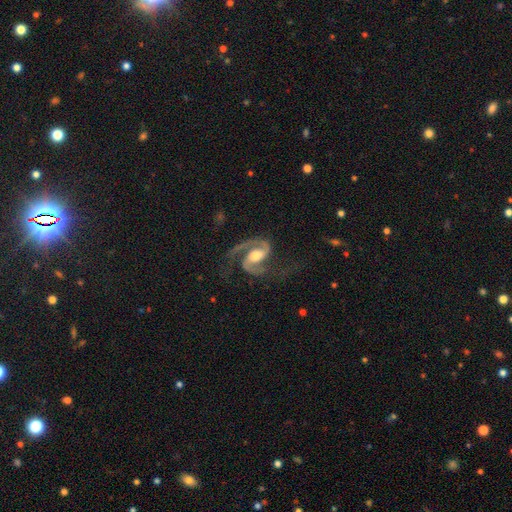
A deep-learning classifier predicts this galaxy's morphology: Smooth or featured? Predicted: featured or disk (p=0.92). Edge-on disk? Predicted: no (p=0.98). Bar? Predicted: weak (p=0.39). Spiral arms? Predicted: yes (p=0.98). Spiral winding? Predicted: medium (p=0.61). Spiral arm count? Predicted: 2 (p=0.93). Bulge size? Predicted: moderate (p=0.59). Merging? Predicted: none (p=0.65).